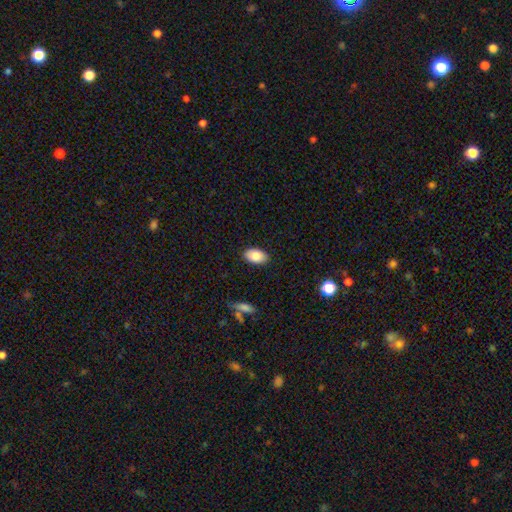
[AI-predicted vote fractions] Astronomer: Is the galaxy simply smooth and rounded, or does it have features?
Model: smooth — 82%.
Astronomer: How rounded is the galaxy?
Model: in between — 93%.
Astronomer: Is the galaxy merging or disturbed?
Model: none — 88%.